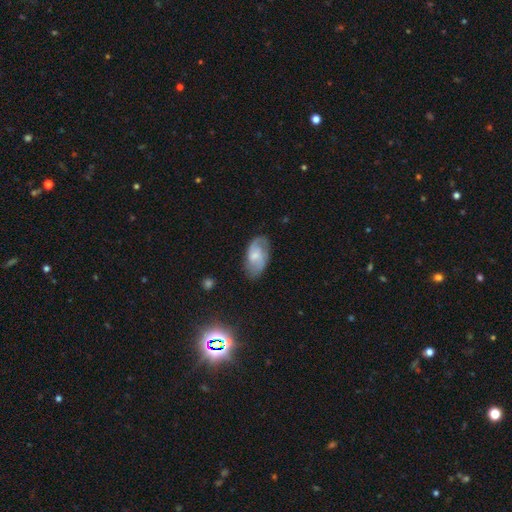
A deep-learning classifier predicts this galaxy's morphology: smooth-or-featured: featured or disk: 52% | smooth: 41% | star or artifact: 7%
  disk-edge-on: no: 95% | yes: 5%
  merging: none: 68% | minor disturbance: 24% | major disturbance: 7% | merger: 2%